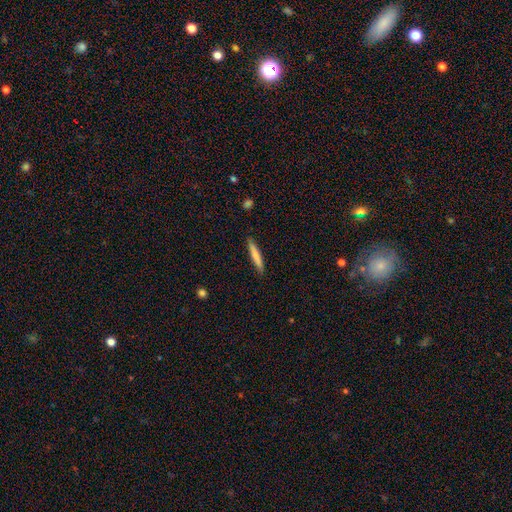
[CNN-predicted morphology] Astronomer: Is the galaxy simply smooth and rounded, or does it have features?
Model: smooth — 75%.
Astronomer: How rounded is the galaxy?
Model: cigar-shaped — 94%.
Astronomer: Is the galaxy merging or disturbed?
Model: none — 89%.